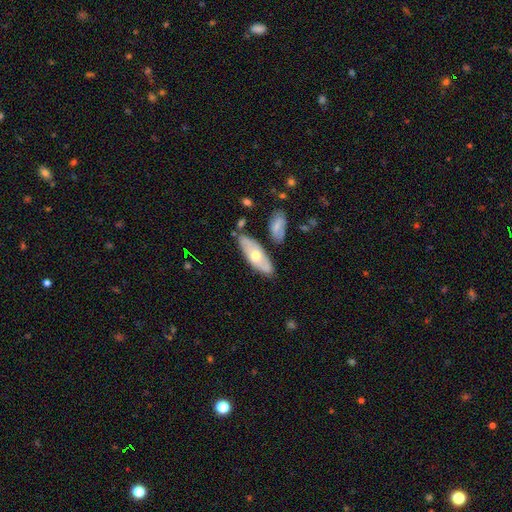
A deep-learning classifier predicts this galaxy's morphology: This is possibly a smooth galaxy (50%). Merging: likely none (72%).